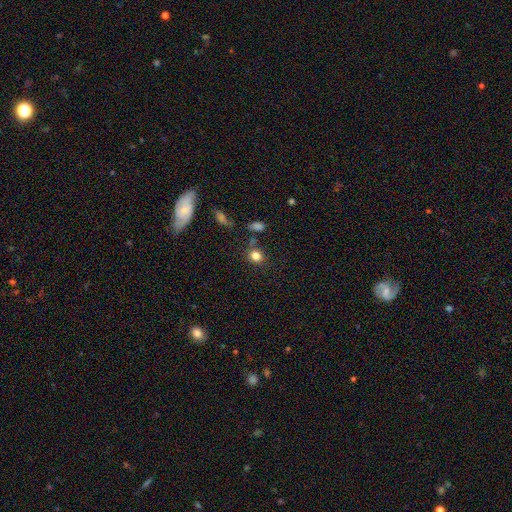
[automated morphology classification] Smooth or featured: smooth — 80% (star or artifact — 13%)
How rounded: round — 77% (in between — 22%)
Merging: none — 76% (minor disturbance — 11%)